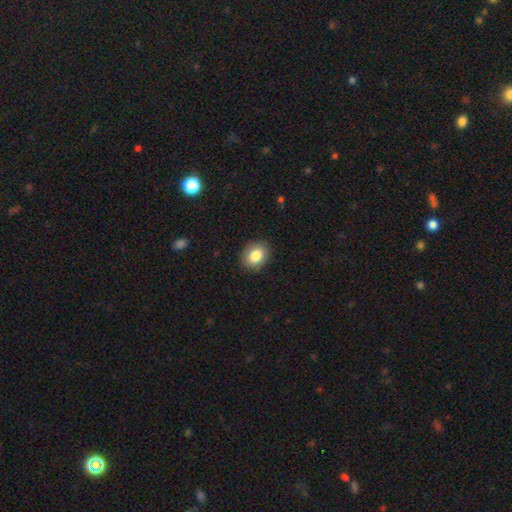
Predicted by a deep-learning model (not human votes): smooth-or-featured: smooth: 84% | featured or disk: 8% | star or artifact: 8%
  how-rounded: in between: 62% | round: 37% | cigar-shaped: 1%
  merging: none: 87% | minor disturbance: 10% | major disturbance: 2% | merger: 1%